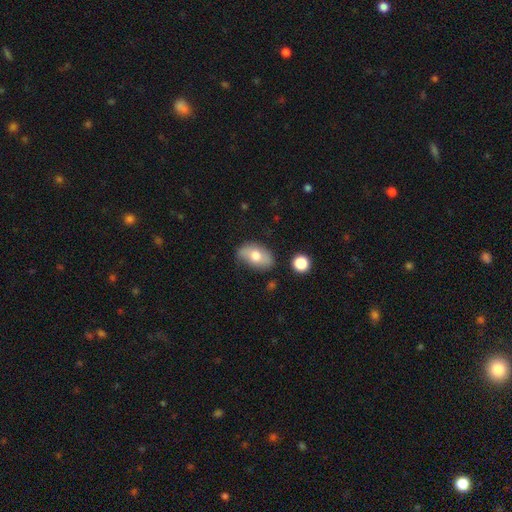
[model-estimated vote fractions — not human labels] Q: Smooth or featured?
A: smooth (69%); runner-up: featured or disk (24%)
Q: How rounded?
A: in between (89%); runner-up: round (10%)
Q: Merging?
A: none (68%); runner-up: minor disturbance (23%)